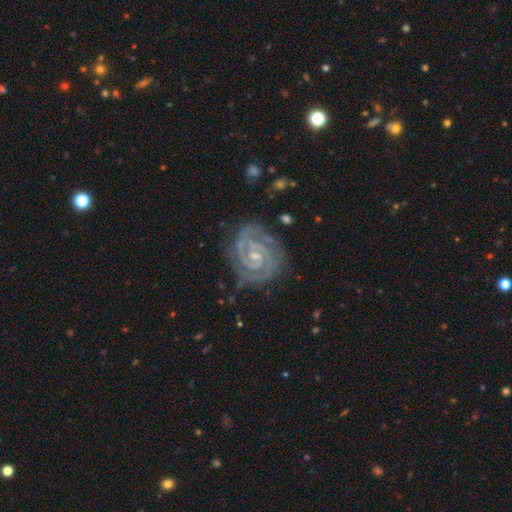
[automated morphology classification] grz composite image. It shows a featured or disk galaxy (92%) with no bar (42%), 2 (81%) tight (77%) spiral arms (99%) and a small central bulge (71%). Merging: none (80%).